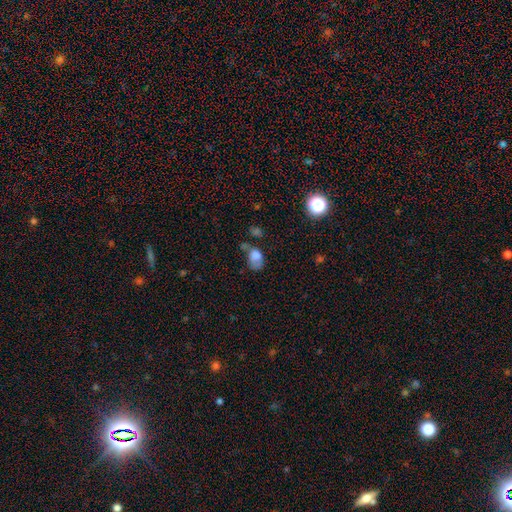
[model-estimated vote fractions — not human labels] The model was most divided on "merging": major disturbance: 32%, minor disturbance: 26%, none: 24%, merger: 18%. More confident: how rounded — in between (77%); smooth or featured — smooth (69%).